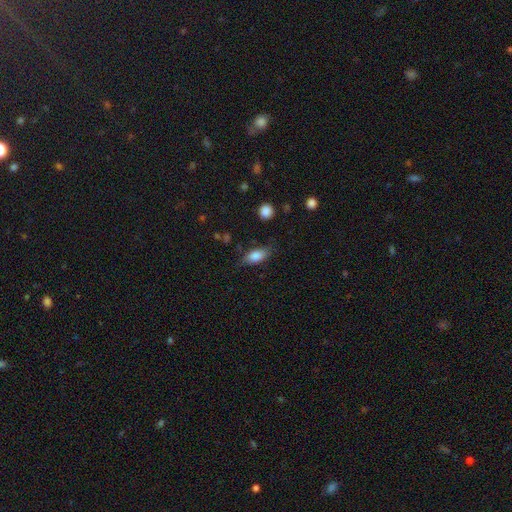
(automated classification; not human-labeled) Smooth or featured? Predicted: smooth (p=0.82). How rounded? Predicted: in between (p=0.85). Merging? Predicted: none (p=0.74).